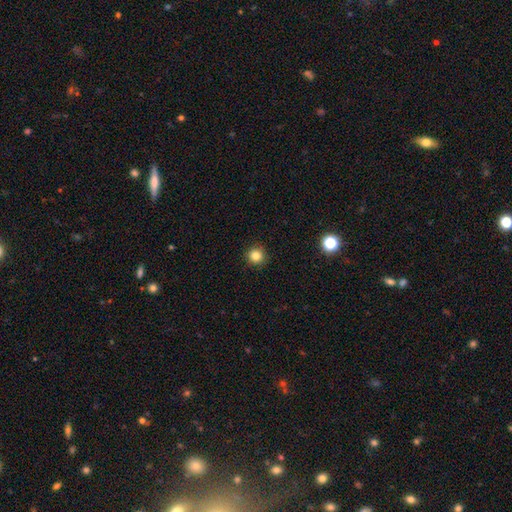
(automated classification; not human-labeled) smooth-or-featured: smooth: 84% | star or artifact: 11% | featured or disk: 5%
  how-rounded: round: 95% | in between: 4% | cigar-shaped: 1%
  merging: none: 92% | minor disturbance: 6% | major disturbance: 2% | merger: 1%